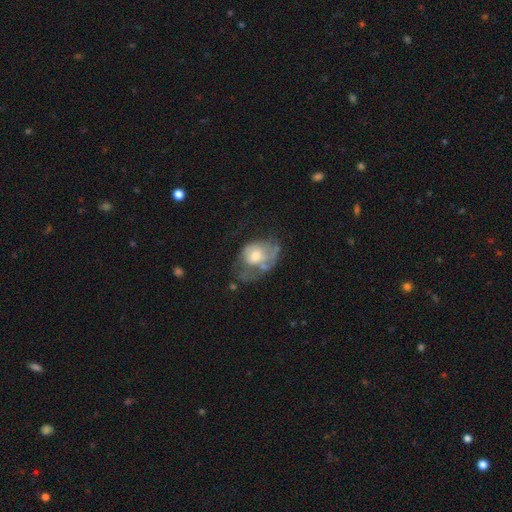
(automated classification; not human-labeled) Smooth or featured? featured or disk (52%)
Edge-on disk? no (96%)
Merging? major disturbance (39%)